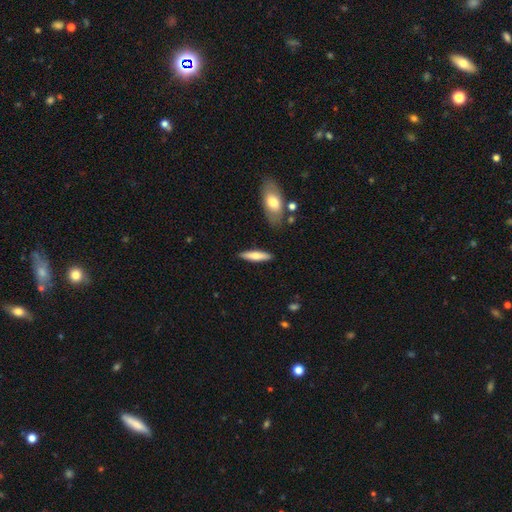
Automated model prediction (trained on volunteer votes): smooth_or_featured: smooth (p=0.66) [alt: featured or disk p=0.28]
how_rounded: cigar-shaped (p=0.73) [alt: in between p=0.25]
merging: none (p=0.87) [alt: minor disturbance p=0.09]